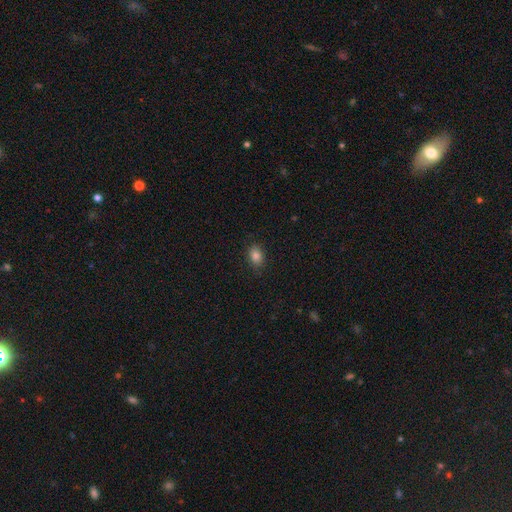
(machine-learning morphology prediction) smooth-or-featured: smooth: 85% | star or artifact: 10% | featured or disk: 5%
  how-rounded: in between: 73% | round: 26% | cigar-shaped: 1%
  merging: none: 87% | minor disturbance: 10% | major disturbance: 2% | merger: 1%